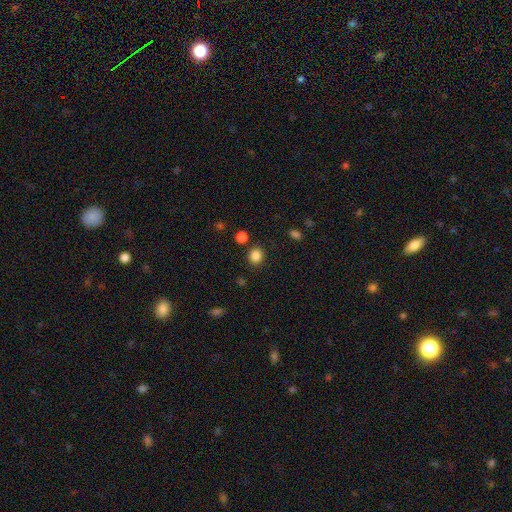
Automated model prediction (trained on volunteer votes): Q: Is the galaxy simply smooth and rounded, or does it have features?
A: smooth — 85%.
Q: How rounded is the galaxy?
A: round — 82%.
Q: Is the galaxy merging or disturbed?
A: none — 85%.